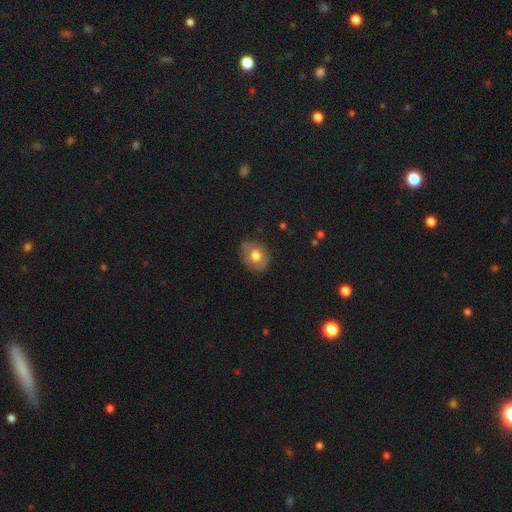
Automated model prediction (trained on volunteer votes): Smooth or featured? smooth (67%)
How rounded? round (58%)
Merging? none (72%)